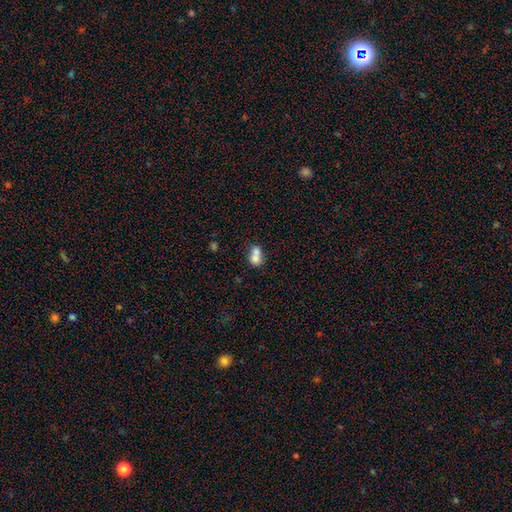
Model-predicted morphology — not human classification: smooth 72%, featured or disk 19%, star or artifact 10%. Down the decision tree: how rounded — in between (52%); merging — merger (69%).